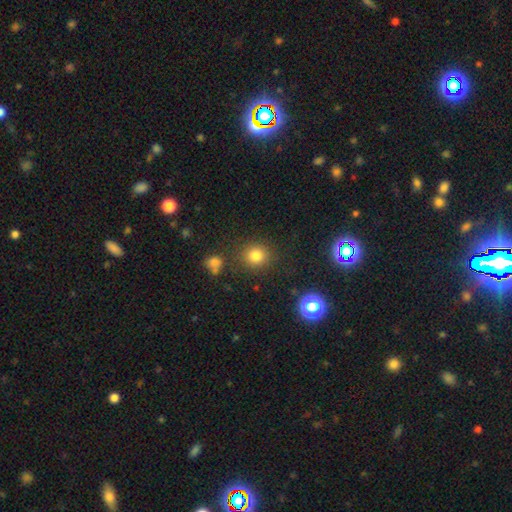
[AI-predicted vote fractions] The model was most divided on "smooth or featured": smooth: 80%, star or artifact: 15%, featured or disk: 6%. More confident: how rounded — round (88%); merging — none (84%).